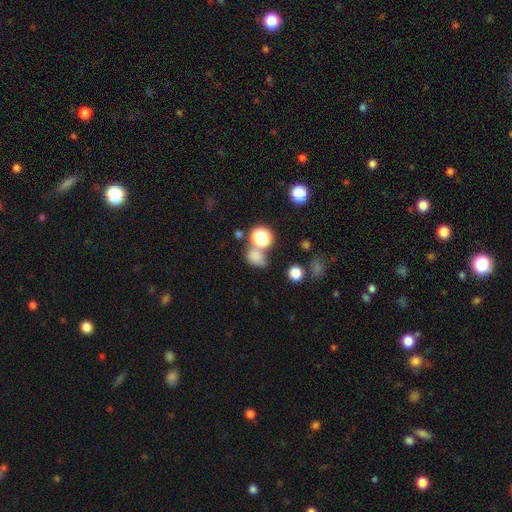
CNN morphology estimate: Smooth or featured? smooth (73%)
How rounded? round (53%)
Merging? none (46%)